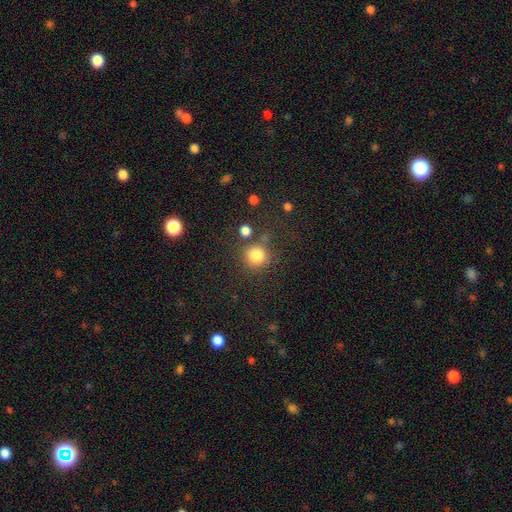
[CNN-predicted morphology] Smooth or featured? Predicted: smooth (p=0.82). How rounded? Predicted: round (p=0.90). Merging? Predicted: none (p=0.74).